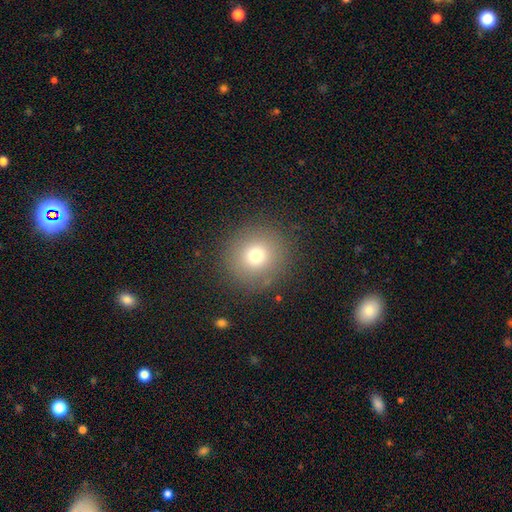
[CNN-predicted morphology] smooth_or_featured: smooth (p=0.73) [alt: star or artifact p=0.16]
how_rounded: round (p=0.94) [alt: in between p=0.05]
merging: none (p=0.88) [alt: minor disturbance p=0.07]